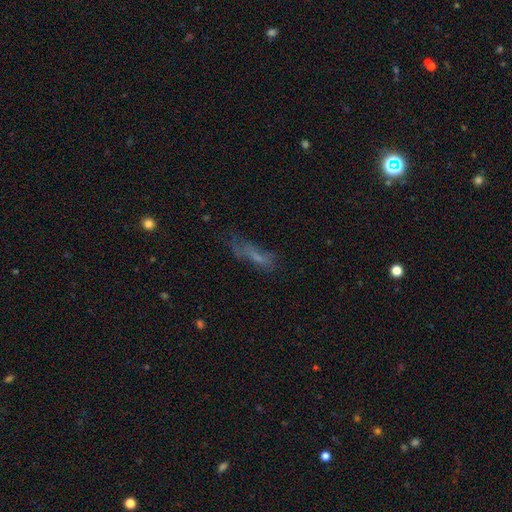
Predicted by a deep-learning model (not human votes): Smooth or featured? smooth (50%)
Merging? none (42%)